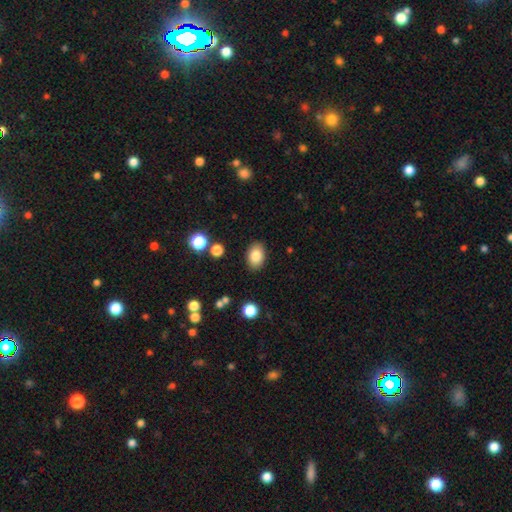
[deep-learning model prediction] This appears to be a smooth galaxy with no disk features (84%) that is in between round and cigar-shaped (83%). Merging: none (87%).